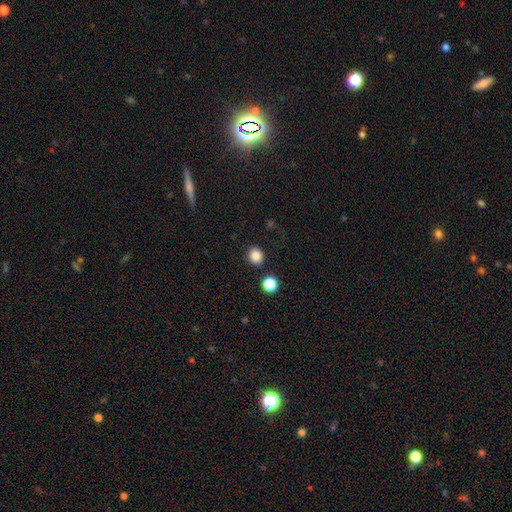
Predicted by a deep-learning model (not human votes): A smooth galaxy with no disk features (86%) that is round (78%). Merging: none (85%).